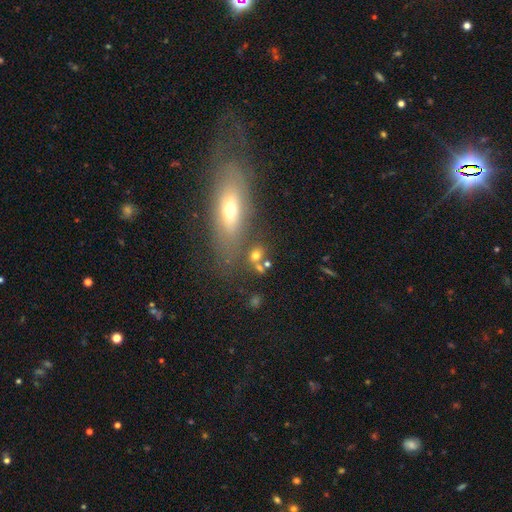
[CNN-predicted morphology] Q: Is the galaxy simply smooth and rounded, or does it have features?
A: smooth — 68%.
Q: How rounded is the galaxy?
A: round — 48%.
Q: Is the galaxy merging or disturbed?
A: none — 59%.